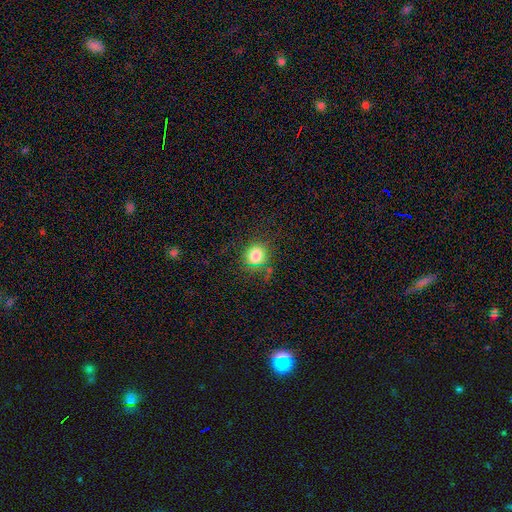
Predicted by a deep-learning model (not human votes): smooth 80%, star or artifact 13%, featured or disk 7%. Down the decision tree: how rounded — round (82%); merging — none (75%).